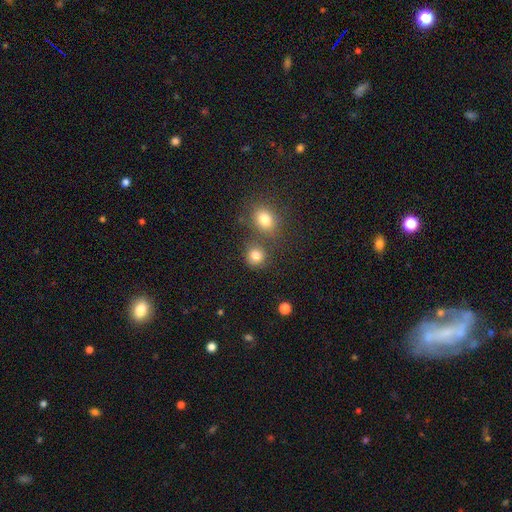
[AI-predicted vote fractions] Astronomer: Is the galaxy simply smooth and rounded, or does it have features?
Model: smooth — 81%.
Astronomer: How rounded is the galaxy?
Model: round — 85%.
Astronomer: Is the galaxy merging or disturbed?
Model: none — 71%.